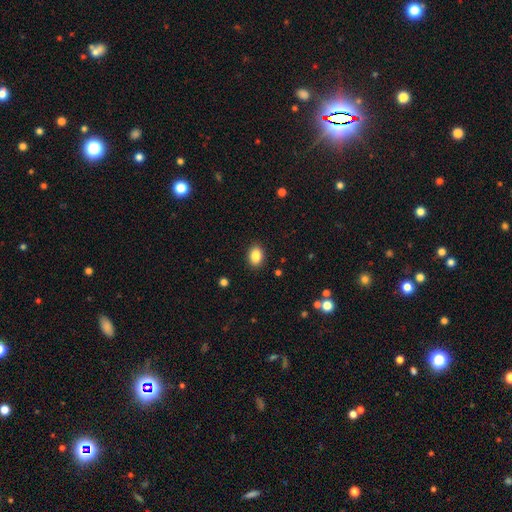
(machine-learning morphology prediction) A smooth galaxy with no disk features (87%) that is in between round and cigar-shaped (72%).

Vote fractions:
- Smooth or featured? smooth: 87% / star or artifact: 9% / featured or disk: 4%
- How rounded? in between: 72% / round: 27% / cigar-shaped: 1%
- Merging? none: 89% / minor disturbance: 8% / major disturbance: 2% / merger: 1%